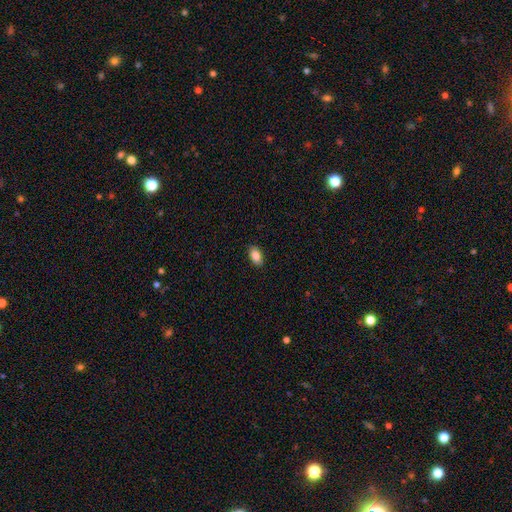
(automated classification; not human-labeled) A smooth galaxy with no disk features (87%) that is in between round and cigar-shaped (91%). Merging: none (88%).